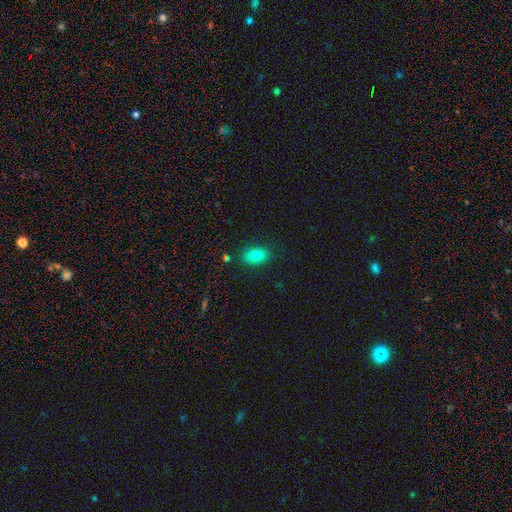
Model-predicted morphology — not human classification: smooth_or_featured: smooth (p=0.81) [alt: star or artifact p=0.10]
how_rounded: in between (p=0.89) [alt: round p=0.09]
merging: none (p=0.86) [alt: minor disturbance p=0.10]